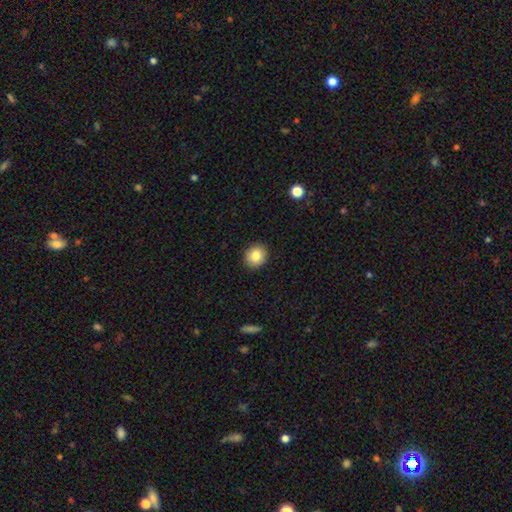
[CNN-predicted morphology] A smooth galaxy with no disk features (84%) that is round (77%). Merging: none (91%).